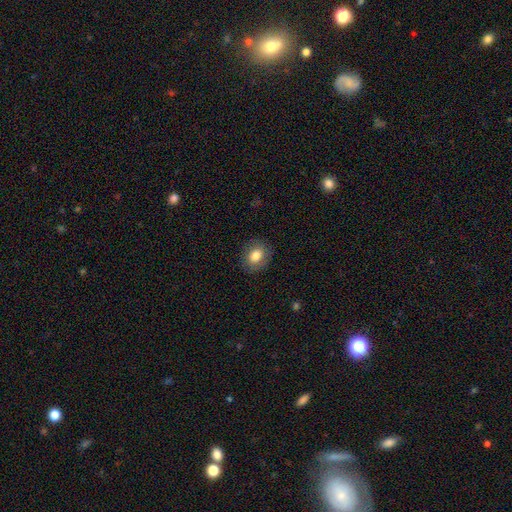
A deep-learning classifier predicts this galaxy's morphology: This appears to be a smooth galaxy with no disk features (81%) that is round (56%). Merging: none (87%).